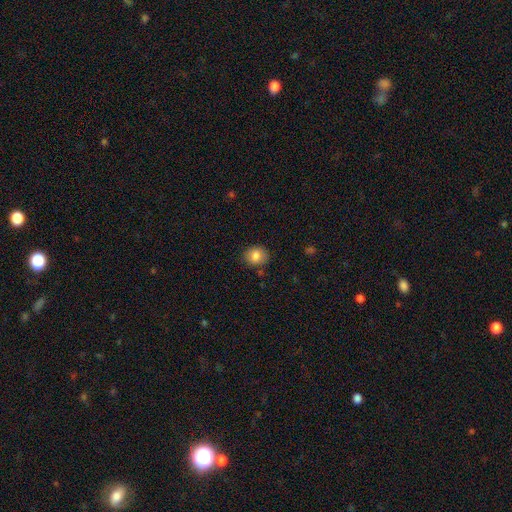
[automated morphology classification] This is clearly a smooth galaxy (83%). How rounded: likely round (72%). Merging: clearly none (83%).